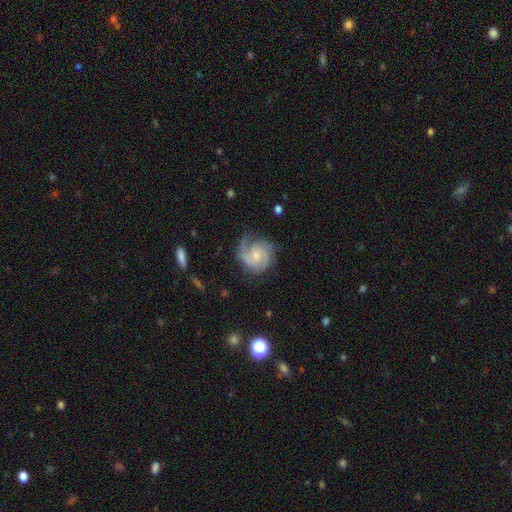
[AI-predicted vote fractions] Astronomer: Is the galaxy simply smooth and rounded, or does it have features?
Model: featured or disk — 77%.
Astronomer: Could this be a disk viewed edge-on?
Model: no — 98%.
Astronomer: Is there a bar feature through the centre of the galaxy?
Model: no — 67%.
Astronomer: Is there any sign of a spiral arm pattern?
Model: yes — 95%.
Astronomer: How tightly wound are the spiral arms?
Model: medium — 42%, tied with tight at 42%.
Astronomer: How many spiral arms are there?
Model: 2 — 41% (runner-up: 3, 21%).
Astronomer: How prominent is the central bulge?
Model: small — 61%.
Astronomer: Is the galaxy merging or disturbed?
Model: none — 64%.